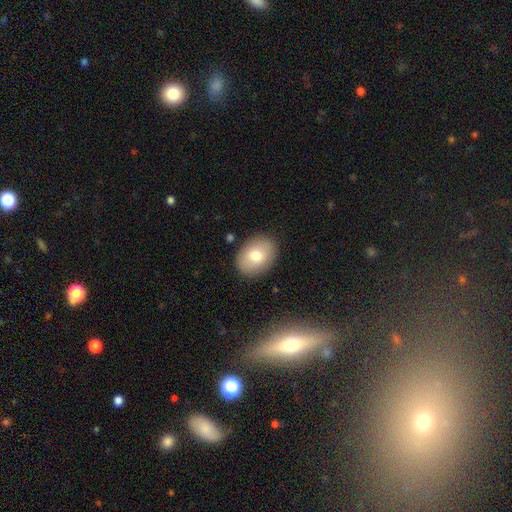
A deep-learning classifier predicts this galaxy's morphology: Overall: smooth (76%). How rounded: in between (73%). Merging: none (86%).